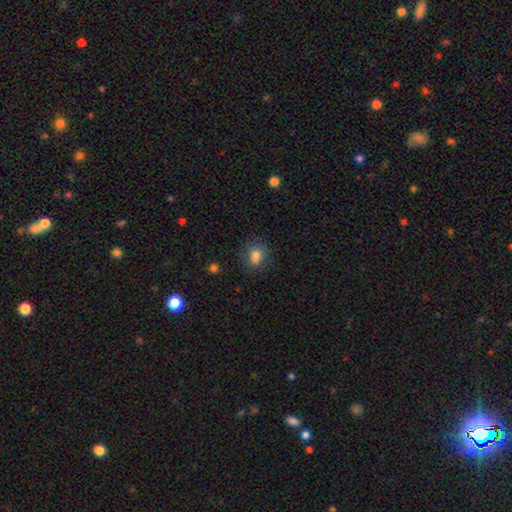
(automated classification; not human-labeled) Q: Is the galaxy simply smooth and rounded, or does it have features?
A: smooth — 78%.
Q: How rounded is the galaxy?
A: round — 52%.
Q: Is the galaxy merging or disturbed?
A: none — 63%.